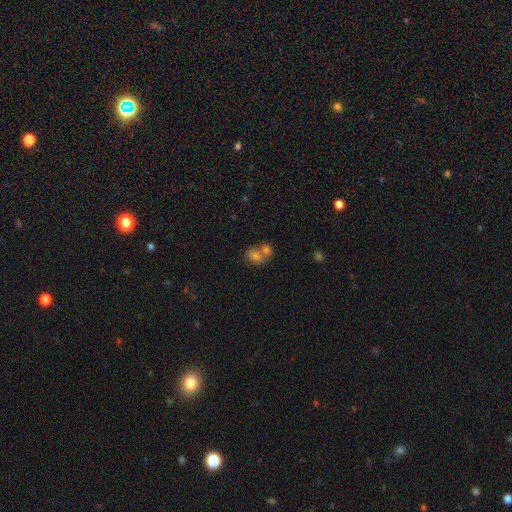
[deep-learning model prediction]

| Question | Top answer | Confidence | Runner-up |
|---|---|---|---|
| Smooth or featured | smooth | 72% | featured or disk (15%) |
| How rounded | in between | 55% | round (44%) |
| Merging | merger | 57% | none (32%) |